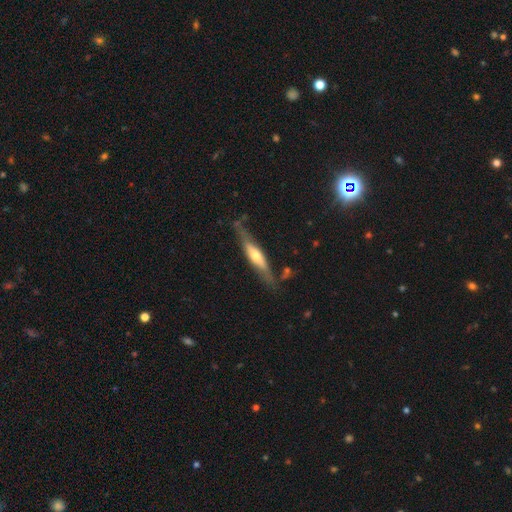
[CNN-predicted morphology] Smooth or featured? Predicted: featured or disk (p=0.60). Edge-on disk? Predicted: yes (p=0.85). Edge-on bulge? Predicted: rounded (p=0.81). Merging? Predicted: none (p=0.72).